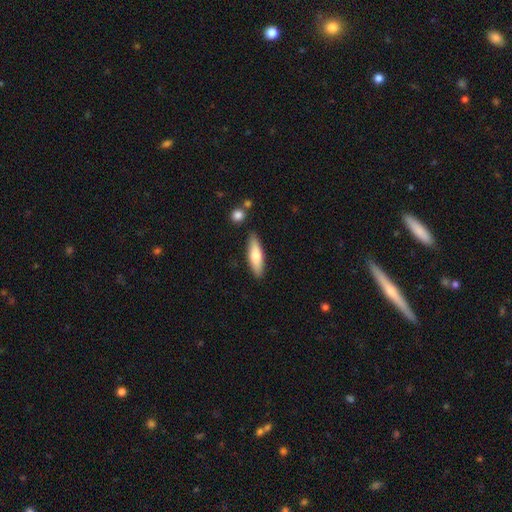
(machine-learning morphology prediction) A smooth galaxy with no disk features (68%) that is cigar-shaped (57%).

Vote fractions:
- Smooth or featured? smooth: 68% / featured or disk: 26% / star or artifact: 6%
- How rounded? cigar-shaped: 57% / in between: 41% / round: 2%
- Merging? none: 86% / minor disturbance: 9% / merger: 3% / major disturbance: 2%